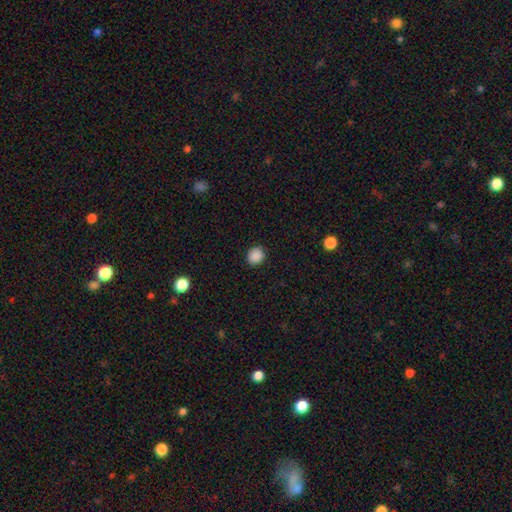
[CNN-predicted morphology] Smooth or featured? smooth (88%)
How rounded? round (83%)
Merging? none (91%)